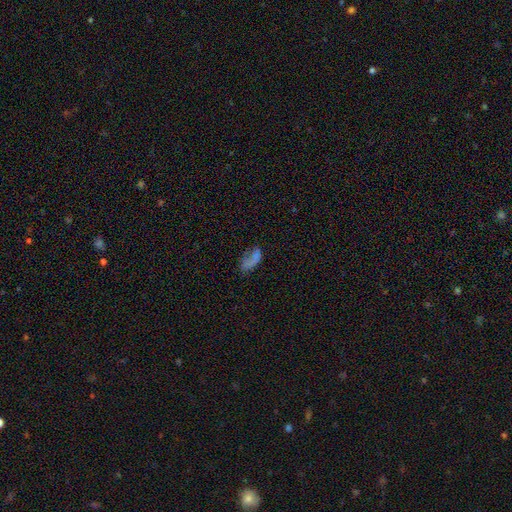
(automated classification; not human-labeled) Q: Smooth or featured?
A: smooth (55%); runner-up: featured or disk (27%)
Q: How rounded?
A: in between (84%); runner-up: cigar-shaped (10%)
Q: Merging?
A: none (40%); runner-up: major disturbance (28%)